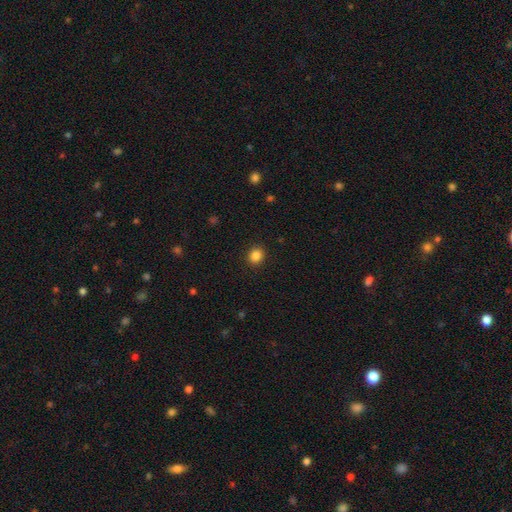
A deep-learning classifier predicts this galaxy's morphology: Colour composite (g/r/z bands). It shows a smooth galaxy with no disk features (86%) that is round (71%). Merging: none (91%).